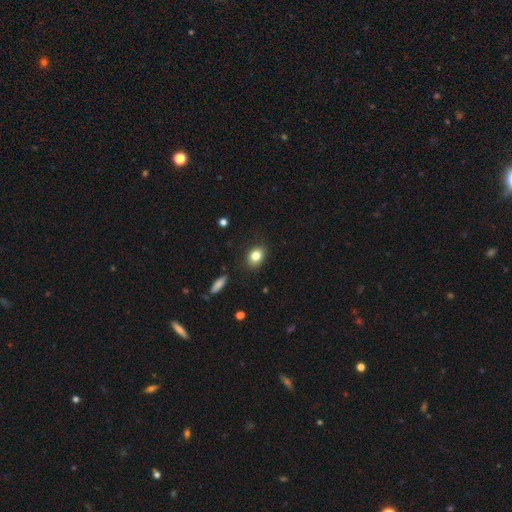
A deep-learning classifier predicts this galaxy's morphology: This appears to be a smooth galaxy with no disk features (82%) that is in between round and cigar-shaped (61%). Merging: none (86%).